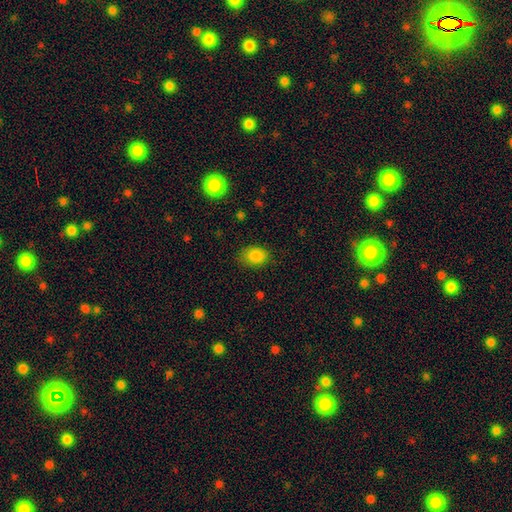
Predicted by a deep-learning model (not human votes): smooth_or_featured: smooth (p=0.85) [alt: star or artifact p=0.10]
how_rounded: in between (p=0.70) [alt: round p=0.29]
merging: none (p=0.78) [alt: minor disturbance p=0.16]